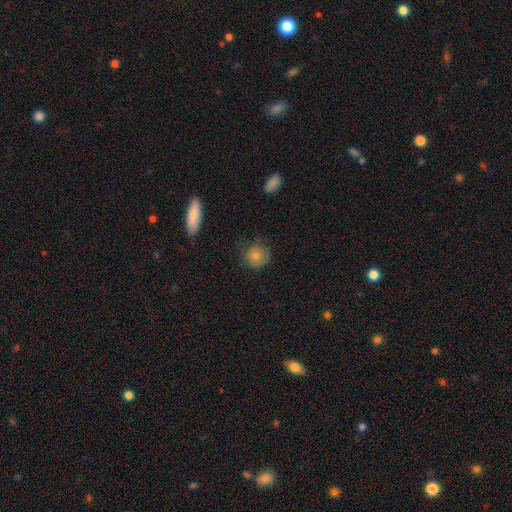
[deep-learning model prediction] Smooth or featured?
  - smooth: 79% *
  - featured or disk: 12%
  - star or artifact: 9%
How rounded?
  - round: 88% *
  - in between: 11%
  - cigar-shaped: 1%
Merging?
  - none: 68% *
  - minor disturbance: 23%
  - major disturbance: 7%
  - merger: 2%